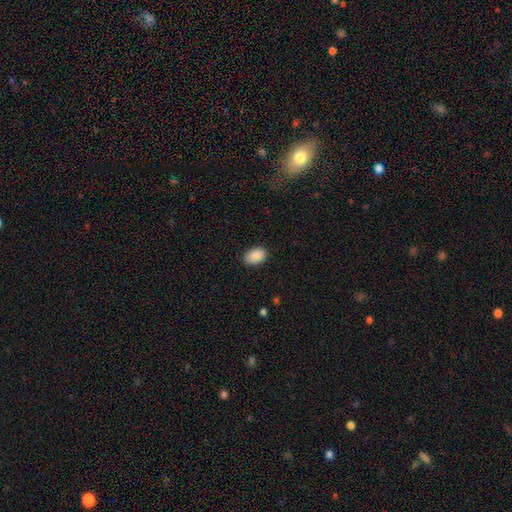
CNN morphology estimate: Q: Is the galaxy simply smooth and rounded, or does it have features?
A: smooth — 90%.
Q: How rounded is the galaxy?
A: in between — 88%.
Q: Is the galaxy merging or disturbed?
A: none — 87%.